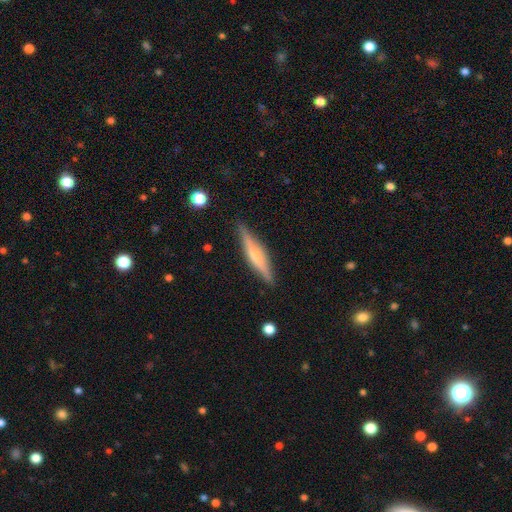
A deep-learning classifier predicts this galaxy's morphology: Overall: featured or disk (61%; smooth 33%). Edge-on disk: yes (96%). Edge-on bulge: rounded (64%). Merging: none (87%).